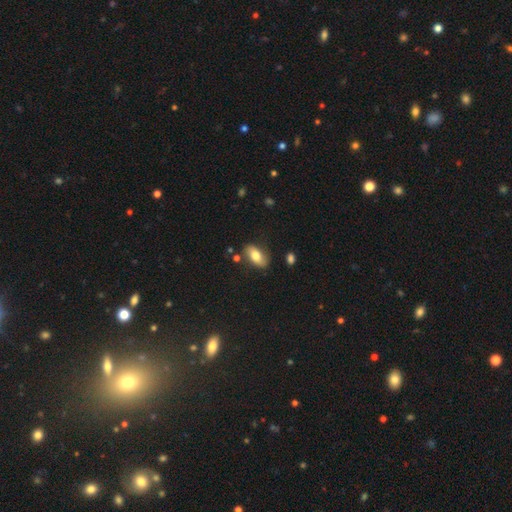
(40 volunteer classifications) Q: Smooth or featured?
A: smooth (80%); runner-up: featured or disk (15%)
Q: How rounded?
A: in between (84%); runner-up: round (9%)
Q: Merging?
A: none (61%); runner-up: minor disturbance (29%)